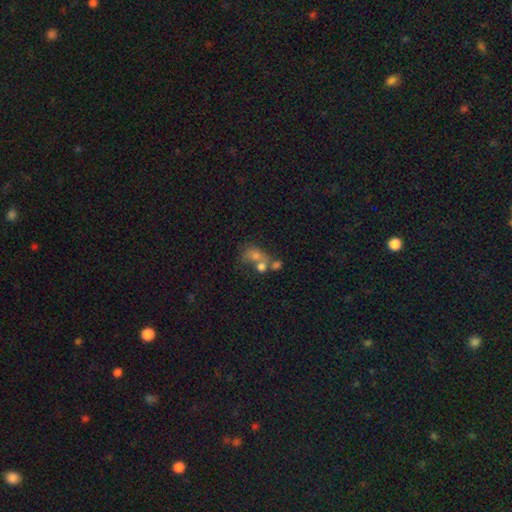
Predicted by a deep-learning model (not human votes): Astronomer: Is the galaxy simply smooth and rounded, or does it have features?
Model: smooth — 58%.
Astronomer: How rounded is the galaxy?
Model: round — 53% (runner-up: in between, 45%).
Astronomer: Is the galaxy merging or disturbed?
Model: merger — 52%.